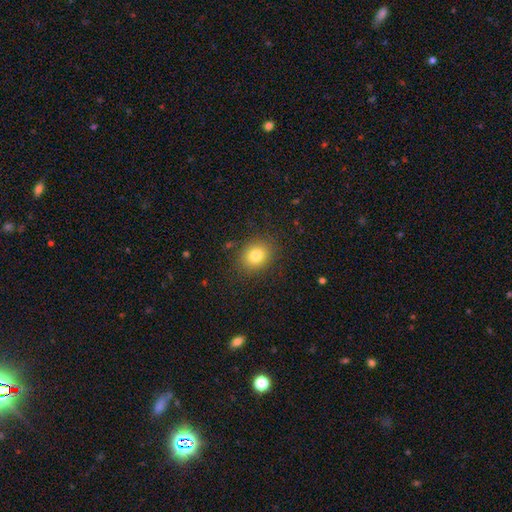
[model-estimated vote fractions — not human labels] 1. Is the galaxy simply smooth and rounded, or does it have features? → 80% smooth, 11% star or artifact, 8% featured or disk.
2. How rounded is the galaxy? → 62% round, 37% in between, 1% cigar-shaped.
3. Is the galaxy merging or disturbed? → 86% none, 10% minor disturbance, 3% major disturbance, 1% merger.